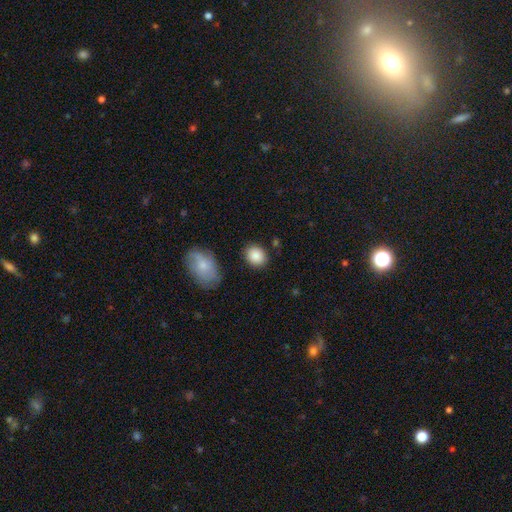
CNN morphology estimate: Smooth or featured: smooth — 87% (star or artifact — 7%)
How rounded: round — 59% (in between — 40%)
Merging: none — 83% (minor disturbance — 11%)